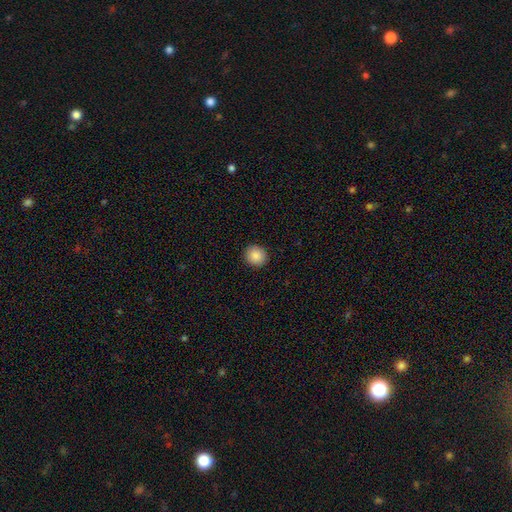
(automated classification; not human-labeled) Smooth or featured? Predicted: smooth (p=0.88). How rounded? Predicted: round (p=0.90). Merging? Predicted: none (p=0.92).